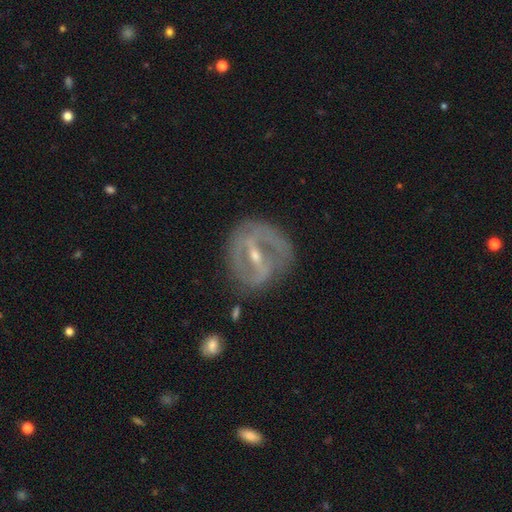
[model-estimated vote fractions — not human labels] Morphology: type=featured or disk (83%); edge-on=no (93%); bar=strong (67%); spiral arms=yes (73%); winding=tight (41%, tied with medium); arm count=2 (67%); bulge=small (58%); merging=none (69%).